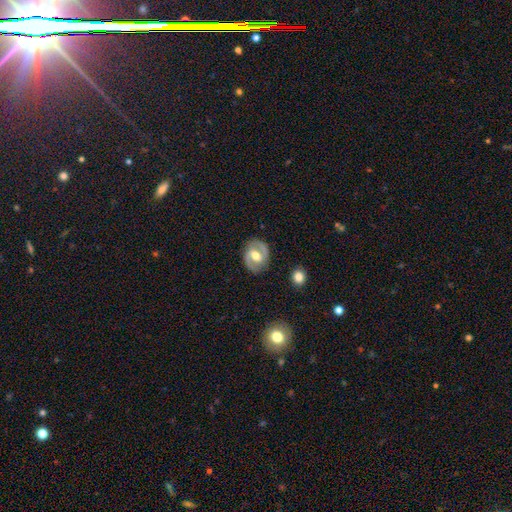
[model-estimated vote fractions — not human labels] featured or disk 75%, smooth 19%, star or artifact 5%. Down the decision tree: edge-on disk — no (97%); bar — weak (46%); spiral arms — yes (84%); spiral arm count — 2 (90%); spiral winding — medium (51%); bulge size — moderate (71%); merging — none (84%).